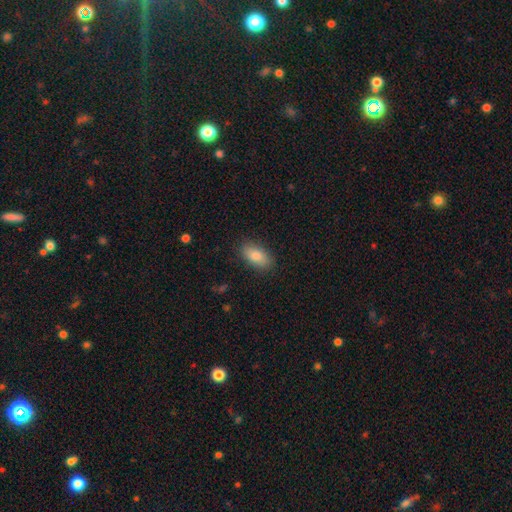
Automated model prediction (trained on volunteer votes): A smooth galaxy with no disk features (85%) that is in between round and cigar-shaped (91%). Merging: none (87%).